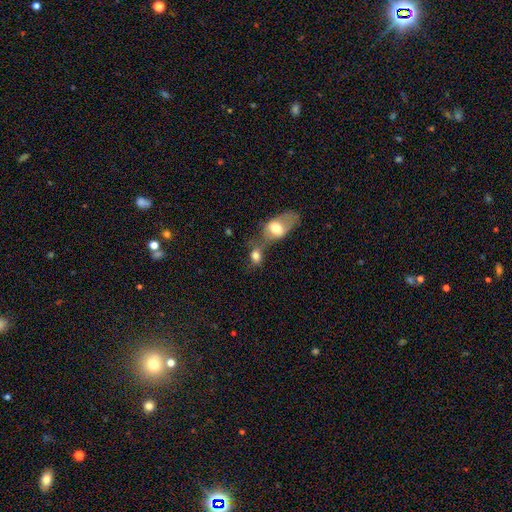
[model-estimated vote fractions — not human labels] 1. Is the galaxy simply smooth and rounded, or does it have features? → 74% smooth, 17% featured or disk, 9% star or artifact.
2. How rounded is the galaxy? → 72% in between, 25% round, 3% cigar-shaped.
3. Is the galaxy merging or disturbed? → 52% merger, 29% none, 11% minor disturbance, 8% major disturbance.